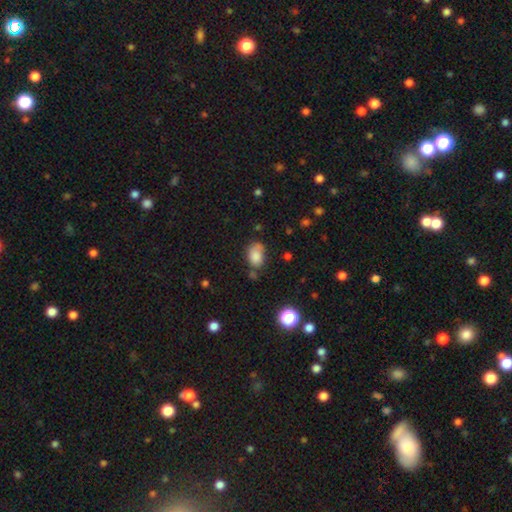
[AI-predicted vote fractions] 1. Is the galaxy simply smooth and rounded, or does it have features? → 82% smooth, 10% star or artifact, 8% featured or disk.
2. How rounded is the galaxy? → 80% in between, 18% round, 1% cigar-shaped.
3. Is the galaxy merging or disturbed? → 52% none, 28% minor disturbance, 11% merger, 9% major disturbance.